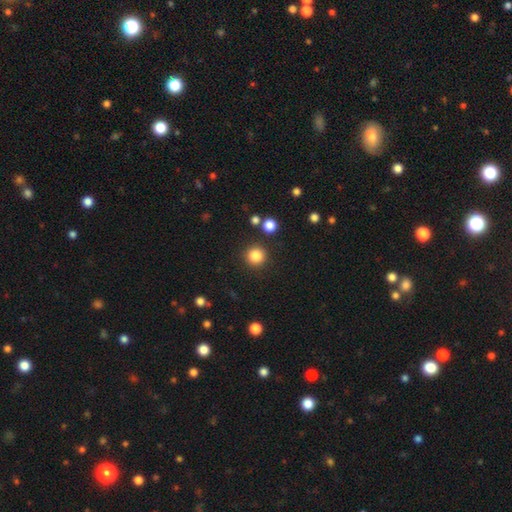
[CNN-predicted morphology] Smooth or featured? smooth (84%)
How rounded? round (95%)
Merging? none (90%)